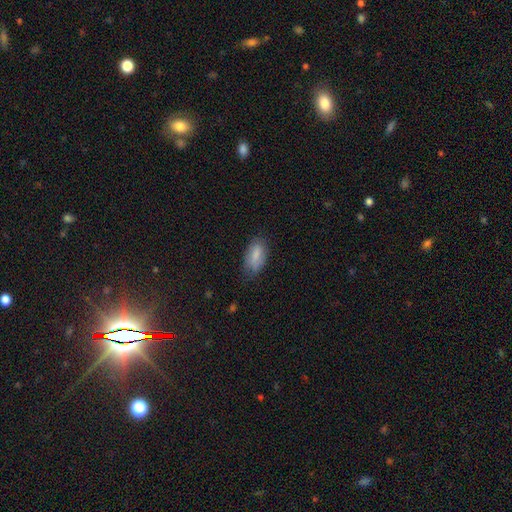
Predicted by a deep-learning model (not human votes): This is likely a smooth galaxy (79%). How rounded: clearly in between (88%). Merging: likely none (71%).